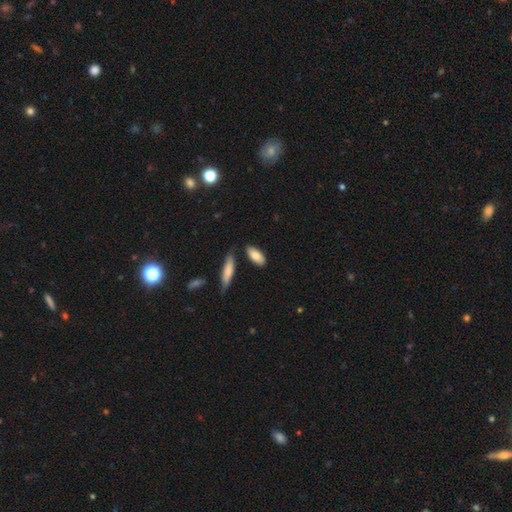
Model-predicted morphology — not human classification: smooth 82%, featured or disk 13%, star or artifact 6%. Down the decision tree: how rounded — in between (77%); merging — none (79%).